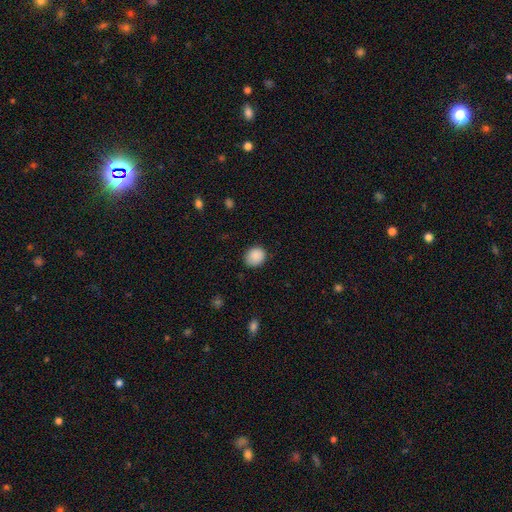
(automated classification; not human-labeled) smooth_or_featured: smooth (p=0.88) [alt: star or artifact p=0.08]
how_rounded: round (p=0.63) [alt: in between p=0.36]
merging: none (p=0.82) [alt: minor disturbance p=0.15]